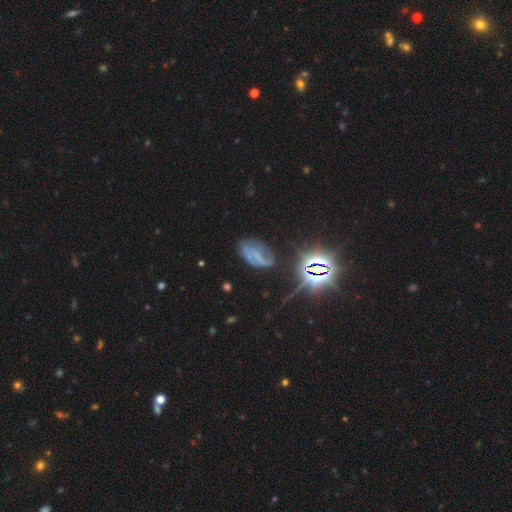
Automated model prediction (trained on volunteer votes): Smooth or featured? Predicted: featured or disk (p=0.48). Merging? Predicted: none (p=0.54).